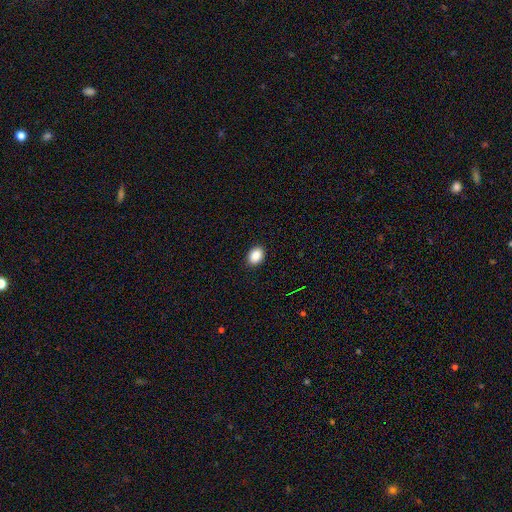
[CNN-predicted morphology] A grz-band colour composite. It shows a smooth galaxy with no disk features (89%) that is in between round and cigar-shaped (74%). Merging: none (91%).